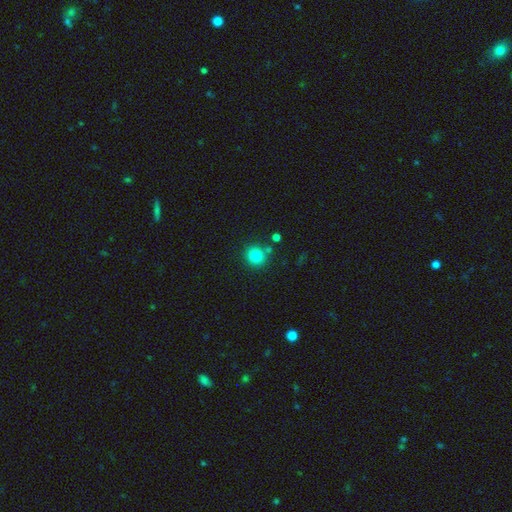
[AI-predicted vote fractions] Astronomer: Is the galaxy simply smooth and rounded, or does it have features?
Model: smooth — 82%.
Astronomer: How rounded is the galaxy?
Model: round — 91%.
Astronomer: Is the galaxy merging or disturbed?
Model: none — 81%.